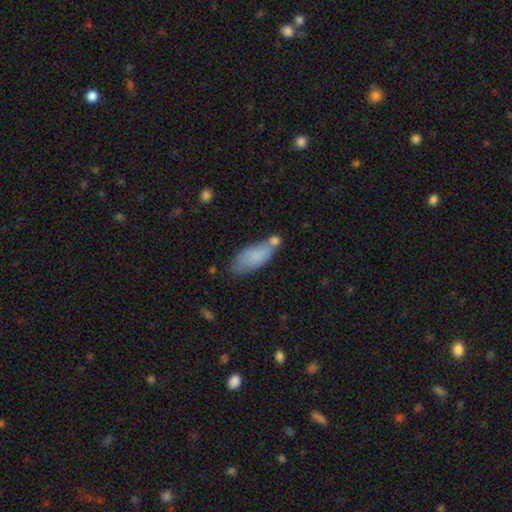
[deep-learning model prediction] Smooth or featured? smooth (81%)
How rounded? in between (77%)
Merging? none (45%)